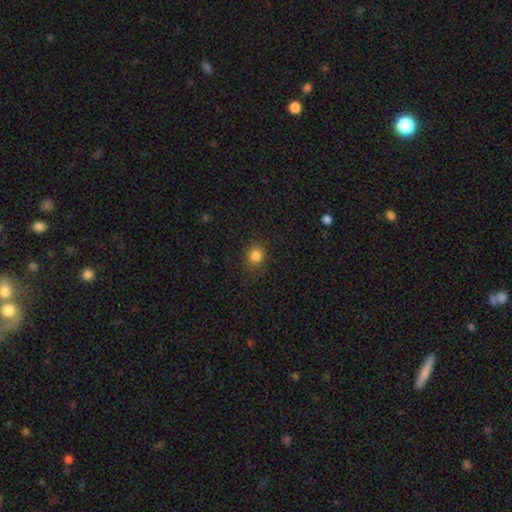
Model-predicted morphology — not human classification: This appears to be a smooth galaxy with no disk features (83%) that is round (87%). Merging: none (86%).